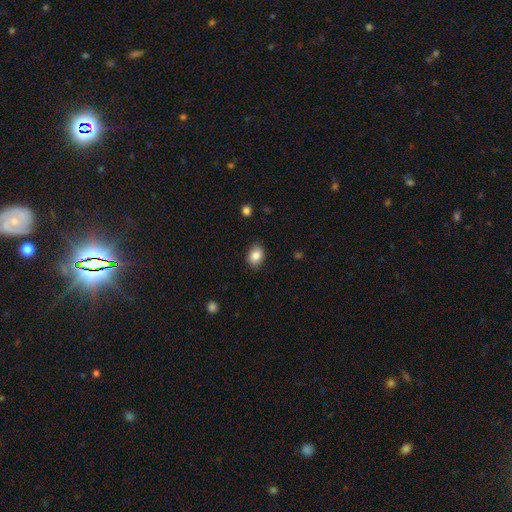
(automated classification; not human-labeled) This appears to be a smooth galaxy with no disk features (86%) that is in between round and cigar-shaped (68%). Merging: none (86%).